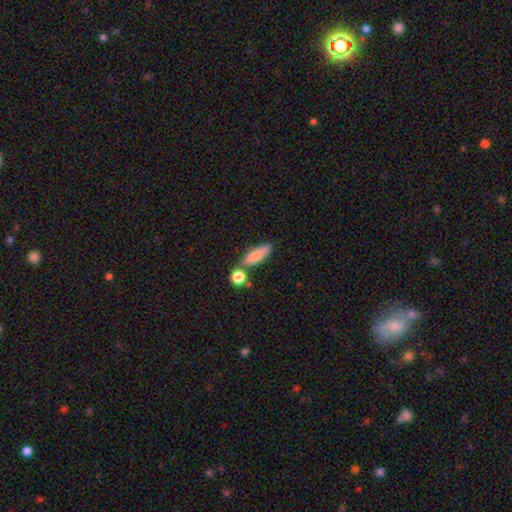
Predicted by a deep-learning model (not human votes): The model was most divided on "how rounded": in between: 56%, cigar-shaped: 39%, round: 5%. More confident: smooth or featured — smooth (78%); merging — none (61%).